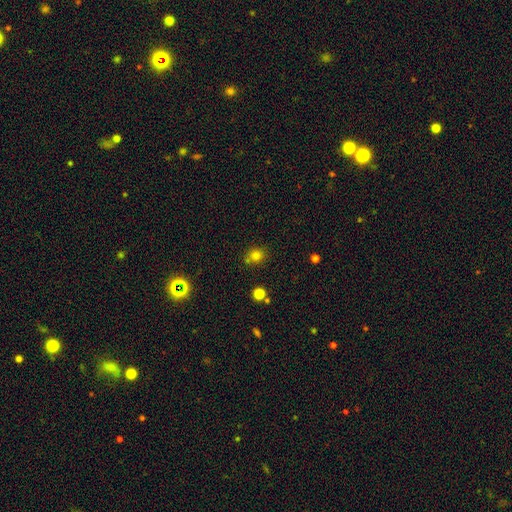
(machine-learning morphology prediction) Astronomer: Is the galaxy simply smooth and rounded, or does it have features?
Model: smooth — 78%.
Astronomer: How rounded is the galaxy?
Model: round — 78%.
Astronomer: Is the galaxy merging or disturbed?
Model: none — 73%.